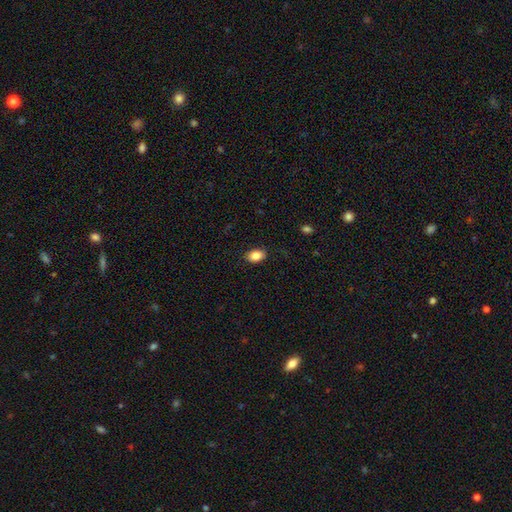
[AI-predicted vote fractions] smooth 85%, star or artifact 8%, featured or disk 6%. Down the decision tree: how rounded — in between (84%); merging — none (87%).